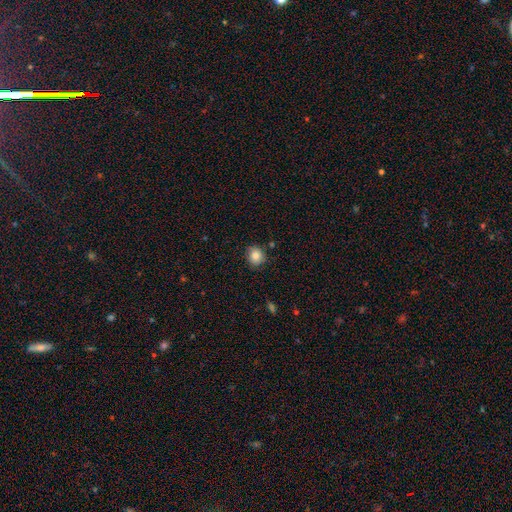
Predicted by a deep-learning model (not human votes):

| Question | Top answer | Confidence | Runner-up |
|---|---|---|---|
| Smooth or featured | smooth | 83% | star or artifact (10%) |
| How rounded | round | 84% | in between (15%) |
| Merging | none | 83% | minor disturbance (12%) |